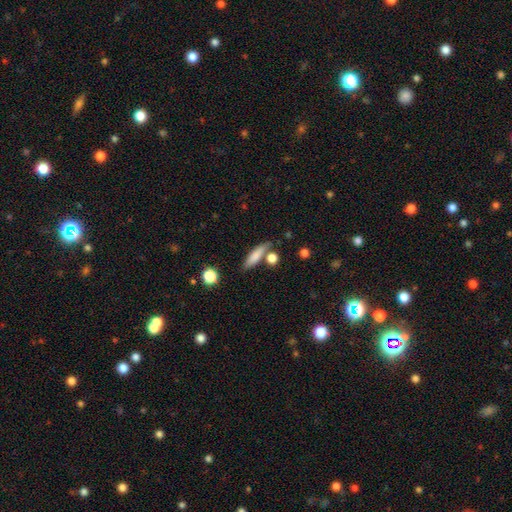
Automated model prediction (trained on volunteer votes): smooth_or_featured: smooth (p=0.76) [alt: featured or disk p=0.17]
how_rounded: cigar-shaped (p=0.64) [alt: in between p=0.31]
merging: none (p=0.68) [alt: minor disturbance p=0.14]